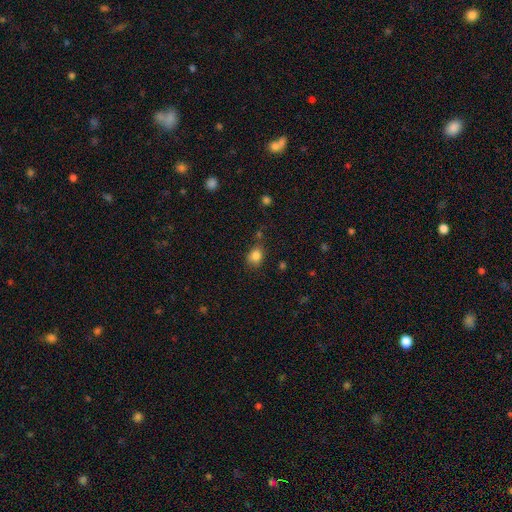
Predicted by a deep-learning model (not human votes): Q: Smooth or featured?
A: smooth (83%); runner-up: star or artifact (11%)
Q: How rounded?
A: round (51%); runner-up: in between (48%)
Q: Merging?
A: none (69%); runner-up: minor disturbance (20%)